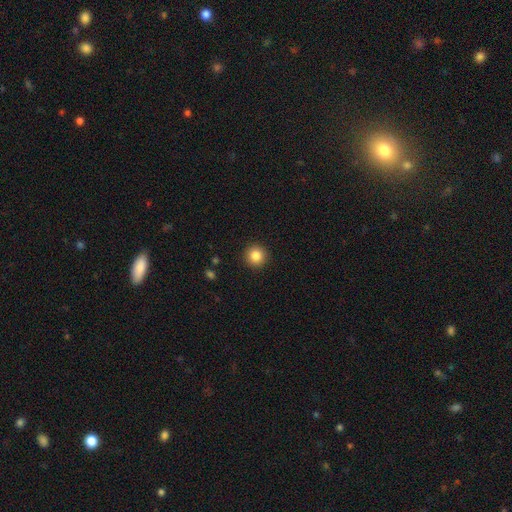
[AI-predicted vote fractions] Morphology: type=smooth (85%); roundness=round (95%); merging=none (92%).